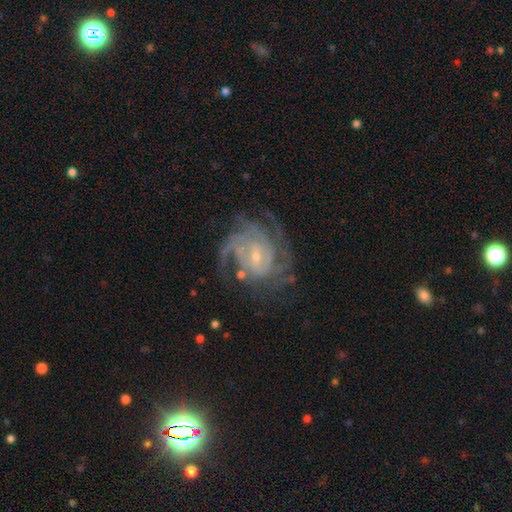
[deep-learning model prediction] Smooth or featured? featured or disk (89%)
Edge-on disk? no (98%)
Bar? weak (44%)
Spiral arms? yes (97%)
Spiral winding? tight (59%)
Spiral arm count? can't tell (27%)
Bulge size? small (72%)
Merging? none (66%)